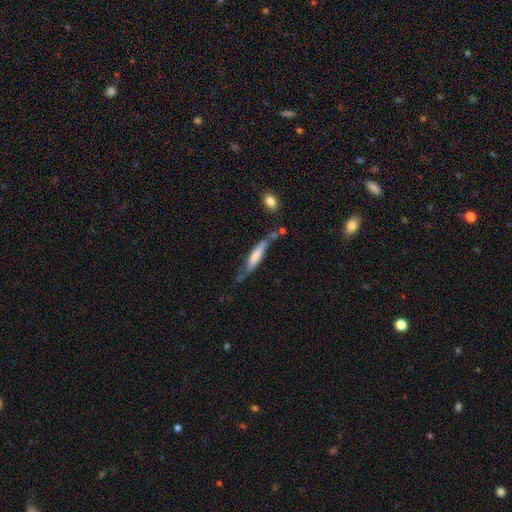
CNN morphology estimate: The model was most divided on "merging": none: 55%, minor disturbance: 28%, major disturbance: 9%, merger: 8%. More confident: how rounded — cigar-shaped (87%); smooth or featured — smooth (61%).